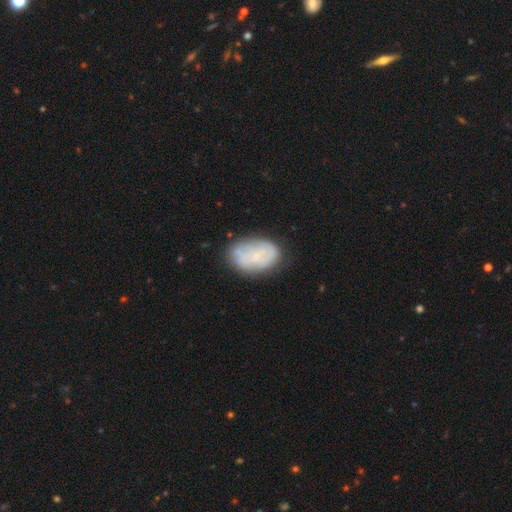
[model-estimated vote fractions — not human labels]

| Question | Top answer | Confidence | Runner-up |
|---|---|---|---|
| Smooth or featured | smooth | 50% | featured or disk (41%) |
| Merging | none | 65% | minor disturbance (23%) |